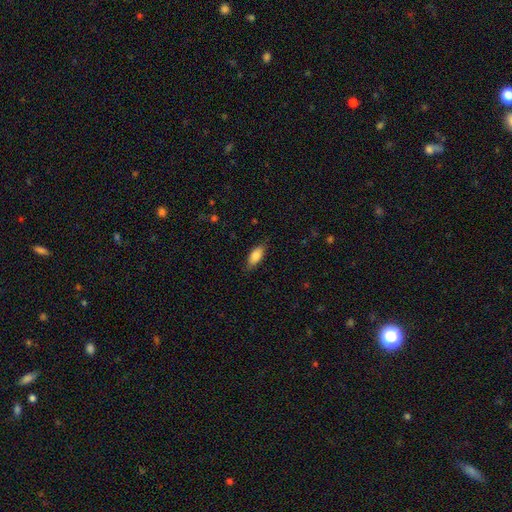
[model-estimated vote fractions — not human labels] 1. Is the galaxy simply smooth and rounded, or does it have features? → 83% smooth, 10% featured or disk, 7% star or artifact.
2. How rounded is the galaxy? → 83% in between, 15% cigar-shaped, 2% round.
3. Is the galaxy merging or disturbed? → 82% none, 14% minor disturbance, 3% major disturbance, 1% merger.